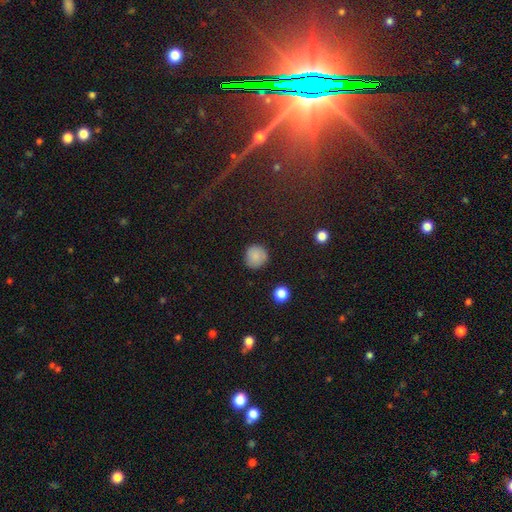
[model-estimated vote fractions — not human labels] Smooth or featured? smooth (84%)
How rounded? round (93%)
Merging? none (86%)